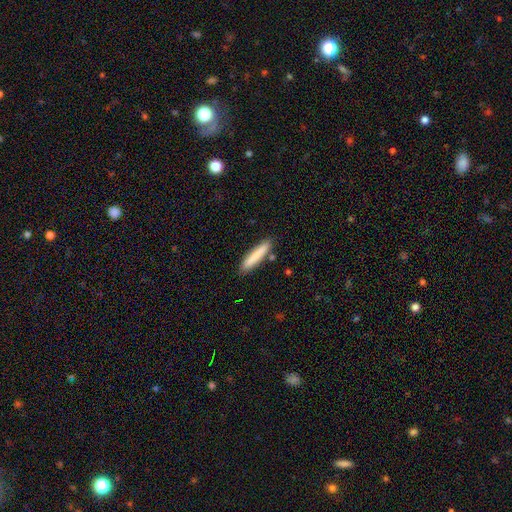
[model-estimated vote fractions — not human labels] smooth 82%, featured or disk 12%, star or artifact 6%. Down the decision tree: how rounded — cigar-shaped (90%); merging — none (86%).